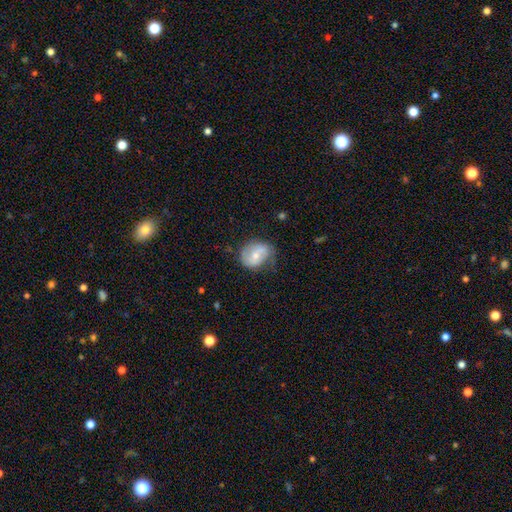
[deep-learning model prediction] This appears to be a smooth galaxy with no disk features (49%). Merging: none (54%).